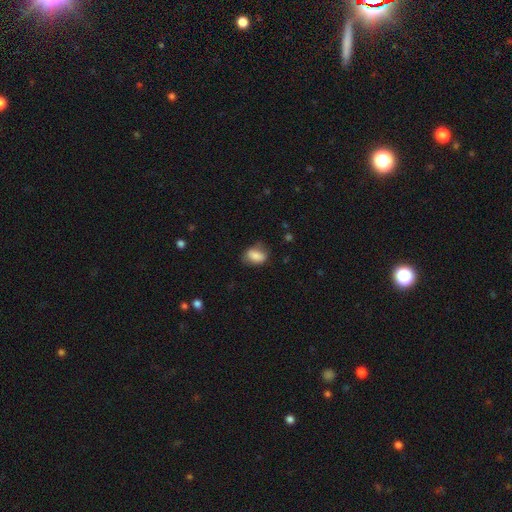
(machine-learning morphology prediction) smooth-or-featured: smooth: 82% | featured or disk: 10% | star or artifact: 8%
  how-rounded: in between: 78% | round: 20% | cigar-shaped: 2%
  merging: none: 66% | minor disturbance: 25% | major disturbance: 7% | merger: 2%